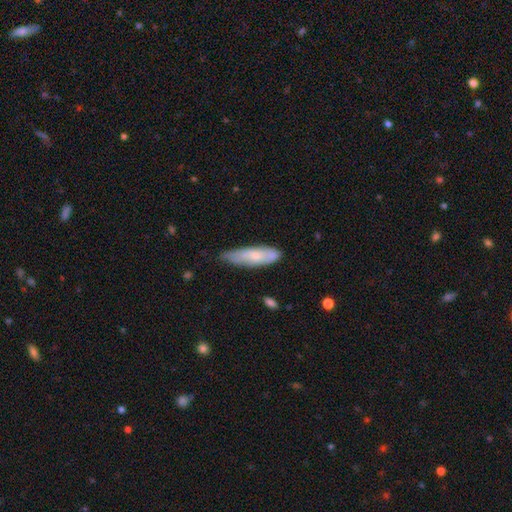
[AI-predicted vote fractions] smooth_or_featured: smooth (p=0.60) [alt: featured or disk p=0.34]
how_rounded: cigar-shaped (p=0.54) [alt: in between p=0.44]
merging: none (p=0.57) [alt: minor disturbance p=0.34]